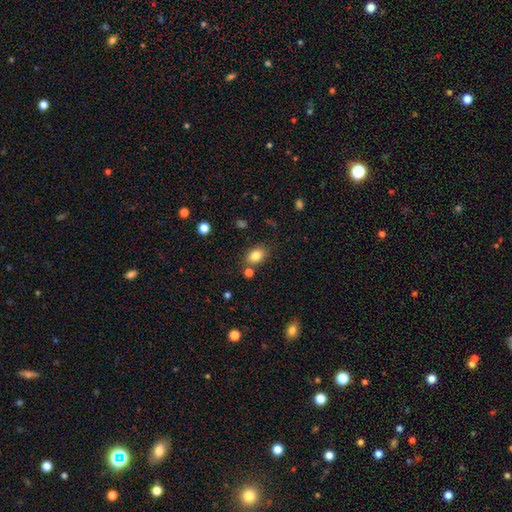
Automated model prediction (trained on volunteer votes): This appears to be a smooth galaxy with no disk features (82%) that is in between round and cigar-shaped (75%). Merging: none (77%).